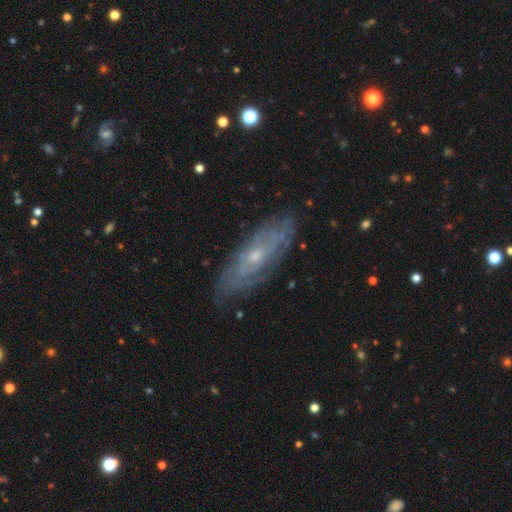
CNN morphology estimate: A featured or disk galaxy (71%) with no bar (75%), spiral arms (71%) and a small central bulge (64%).

Vote fractions:
- Smooth or featured? featured or disk: 71% / smooth: 22% / star or artifact: 7%
- Edge-on disk? no: 75% / yes: 25%
- Bar? no: 75% / weak: 21% / strong: 4%
- Spiral arms? yes: 71% / no: 29%
- Bulge size? small: 64% / moderate: 32% / none: 2% / large: 1% / dominant: 1%
- Merging? none: 81% / minor disturbance: 14% / major disturbance: 3% / merger: 1%